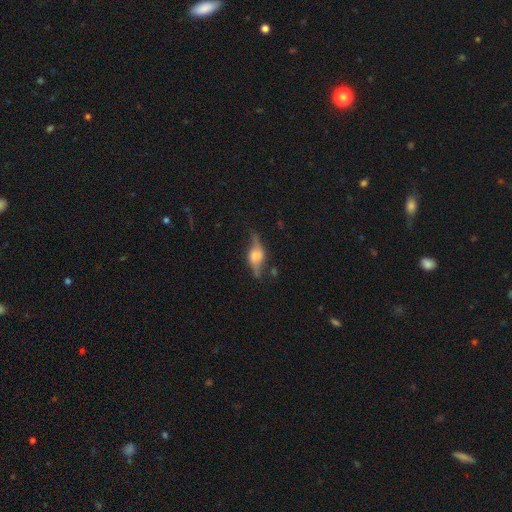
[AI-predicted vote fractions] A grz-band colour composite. It shows a featured or disk galaxy (72%) viewed edge-on (73%) with a rounded central bulge (89%). Merging: none (68%).